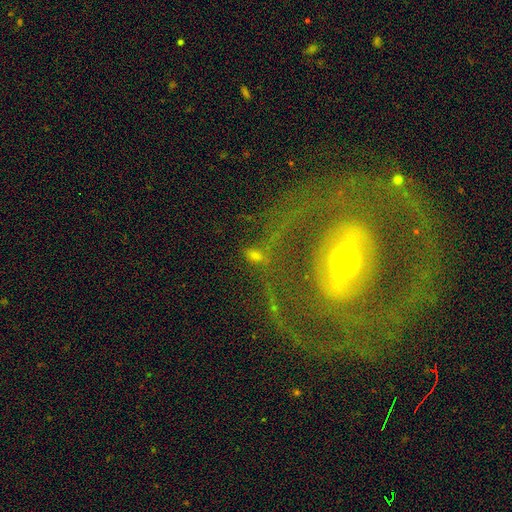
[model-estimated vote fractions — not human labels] Smooth or featured? featured or disk (56%)
Edge-on disk? no (82%)
Merging? none (62%)